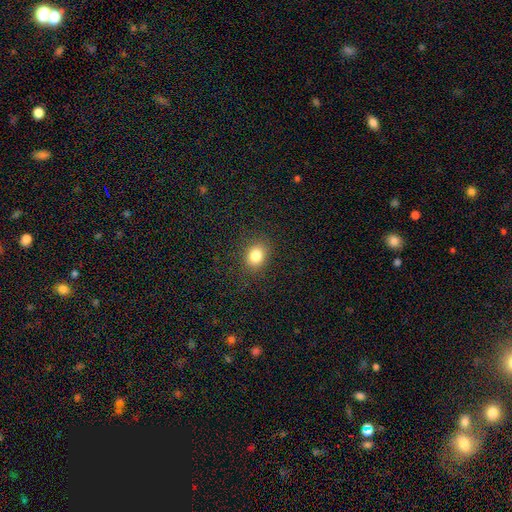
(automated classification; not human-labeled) smooth 83%, star or artifact 11%, featured or disk 6%. Down the decision tree: how rounded — in between (52%); merging — none (86%).